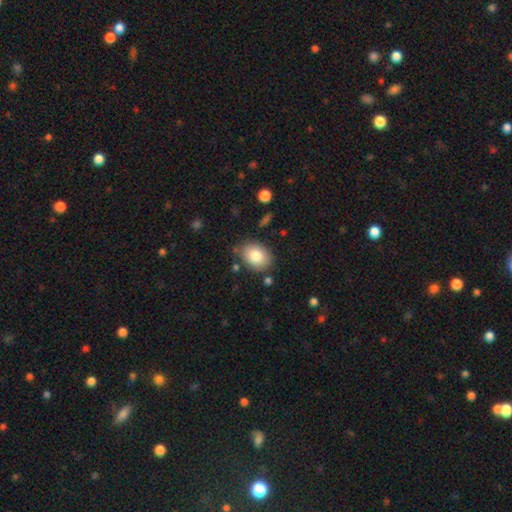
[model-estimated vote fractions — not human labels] smooth 82%, featured or disk 10%, star or artifact 8%. Down the decision tree: how rounded — in between (71%); merging — none (81%).